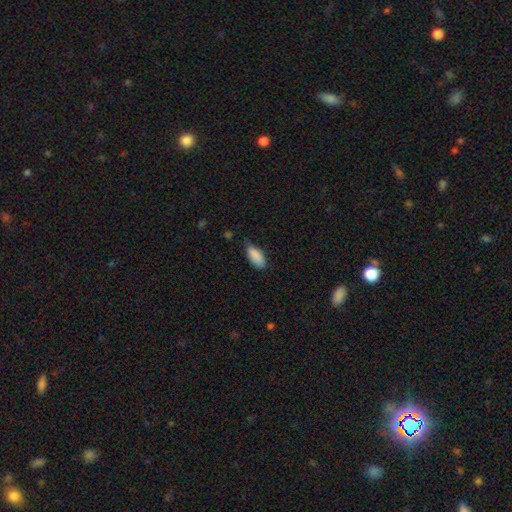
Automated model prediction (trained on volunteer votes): smooth 89%, star or artifact 7%, featured or disk 4%. Down the decision tree: how rounded — in between (88%); merging — none (62%).